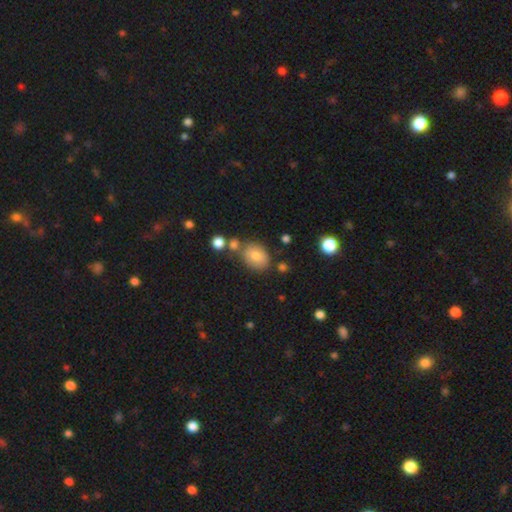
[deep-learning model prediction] smooth-or-featured: smooth: 78% | featured or disk: 11% | star or artifact: 11%
  how-rounded: in between: 58% | round: 41% | cigar-shaped: 1%
  merging: none: 67% | minor disturbance: 16% | merger: 12% | major disturbance: 5%